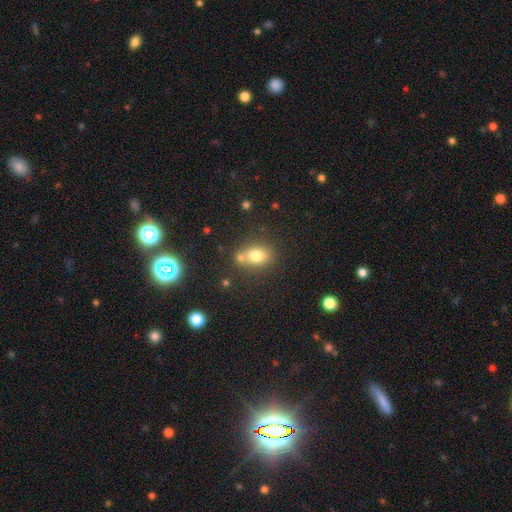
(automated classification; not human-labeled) Q: Smooth or featured?
A: smooth (77%); runner-up: star or artifact (12%)
Q: How rounded?
A: in between (60%); runner-up: round (39%)
Q: Merging?
A: none (57%); runner-up: merger (24%)